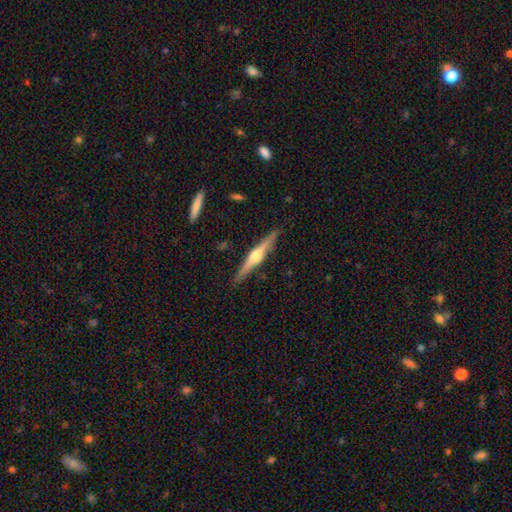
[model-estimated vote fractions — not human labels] smooth-or-featured: featured or disk: 78% | smooth: 17% | star or artifact: 5%
  disk-edge-on: yes: 98% | no: 2%
    edge-on-bulge: rounded: 93% | boxy: 4% | none: 2%
  merging: none: 90% | minor disturbance: 8% | major disturbance: 1% | merger: 1%